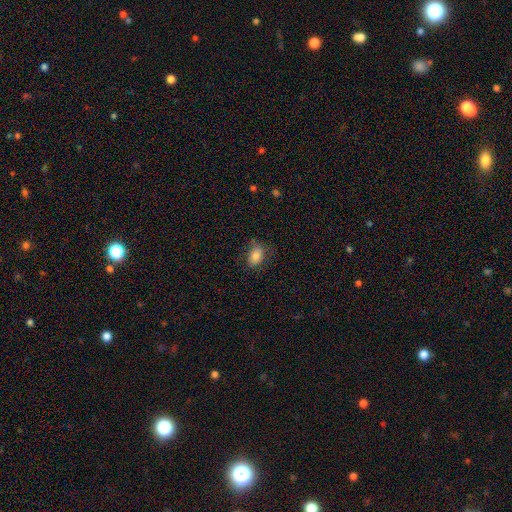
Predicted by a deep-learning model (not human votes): Smooth or featured? smooth (81%)
How rounded? in between (84%)
Merging? none (70%)